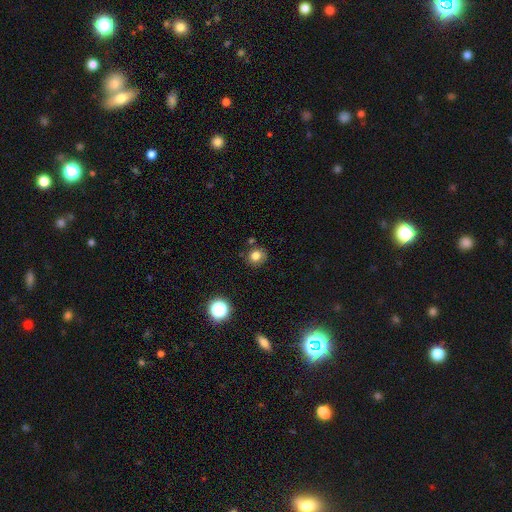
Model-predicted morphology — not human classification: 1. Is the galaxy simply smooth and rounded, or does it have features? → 78% smooth, 14% star or artifact, 8% featured or disk.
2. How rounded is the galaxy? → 79% round, 20% in between, 1% cigar-shaped.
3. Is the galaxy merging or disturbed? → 81% none, 12% minor disturbance, 4% merger, 3% major disturbance.